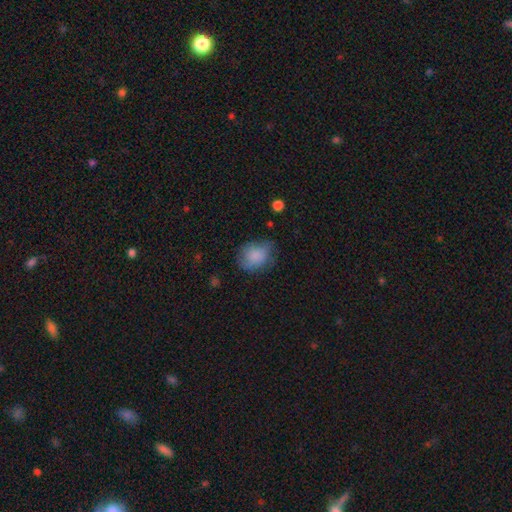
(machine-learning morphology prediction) Smooth or featured? Predicted: smooth (p=0.80). How rounded? Predicted: round (p=0.53). Merging? Predicted: none (p=0.56).